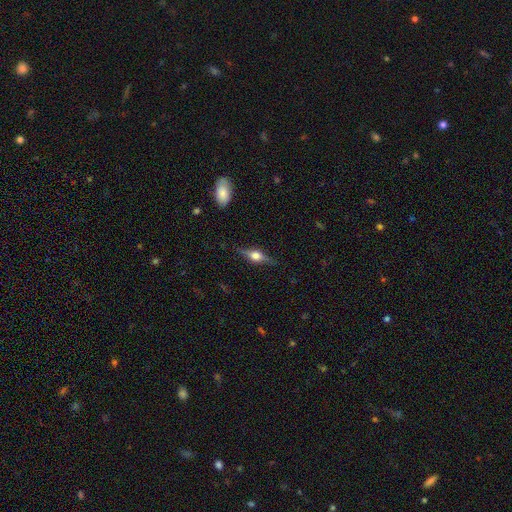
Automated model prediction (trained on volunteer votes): smooth_or_featured: featured or disk (p=0.72) [alt: smooth p=0.20]
disk_edge_on: yes (p=0.96) [alt: no p=0.04]
edge_on_bulge: rounded (p=0.93) [alt: boxy p=0.06]
merging: none (p=0.84) [alt: minor disturbance p=0.12]